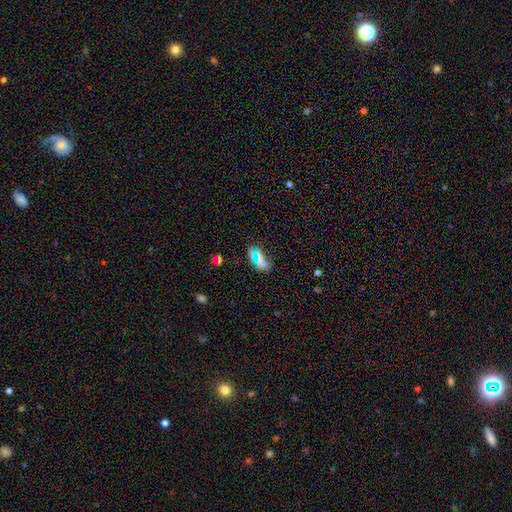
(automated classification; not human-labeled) The model was most divided on "smooth or featured": smooth: 60%, star or artifact: 27%, featured or disk: 12%. More confident: how rounded — in between (76%); merging — none (69%).